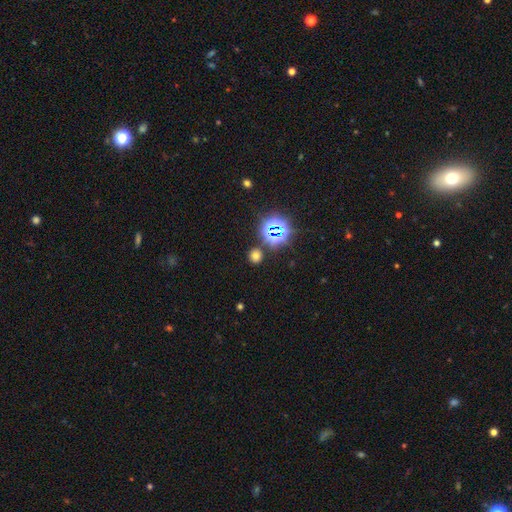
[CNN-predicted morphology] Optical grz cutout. It shows a smooth galaxy with no disk features (62%) that is round (86%). Merging: none (84%).